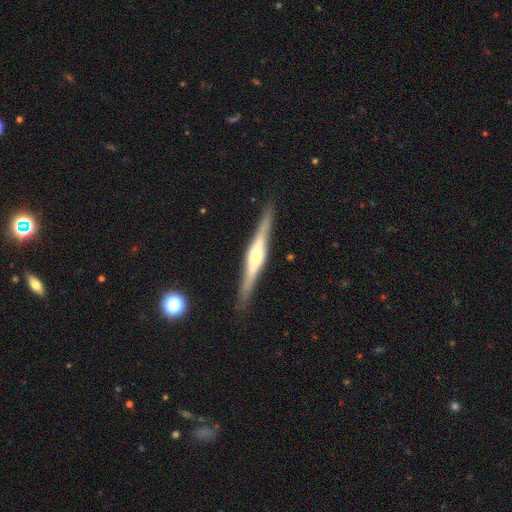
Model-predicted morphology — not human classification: Smooth or featured: featured or disk — 81% (smooth — 13%)
Edge-on disk: yes — 98% (no — 2%)
Edge-on bulge: rounded — 62% (boxy — 29%)
Merging: none — 91% (minor disturbance — 6%)